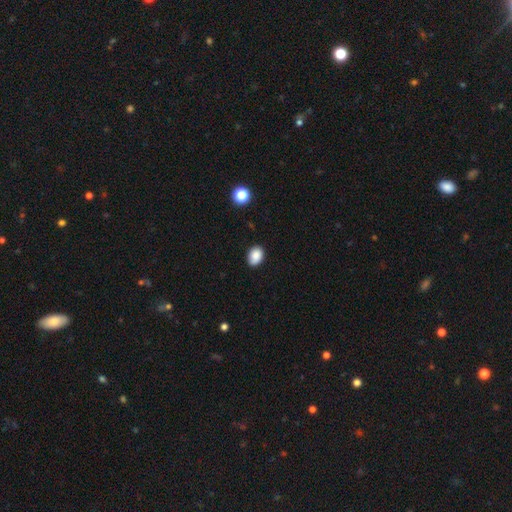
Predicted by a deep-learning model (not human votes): A smooth galaxy with no disk features (87%) that is in between round and cigar-shaped (71%).

Vote fractions:
- Smooth or featured? smooth: 87% / star or artifact: 9% / featured or disk: 4%
- How rounded? in between: 71% / round: 28% / cigar-shaped: 1%
- Merging? none: 81% / minor disturbance: 15% / major disturbance: 3% / merger: 1%